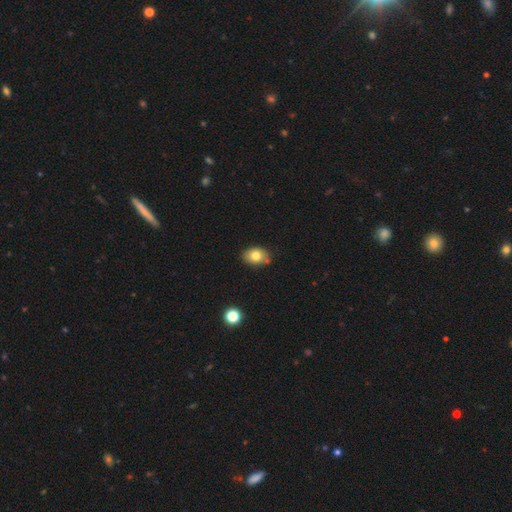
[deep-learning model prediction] smooth_or_featured: smooth (p=0.78) [alt: featured or disk p=0.13]
how_rounded: in between (p=0.75) [alt: round p=0.23]
merging: none (p=0.74) [alt: minor disturbance p=0.19]